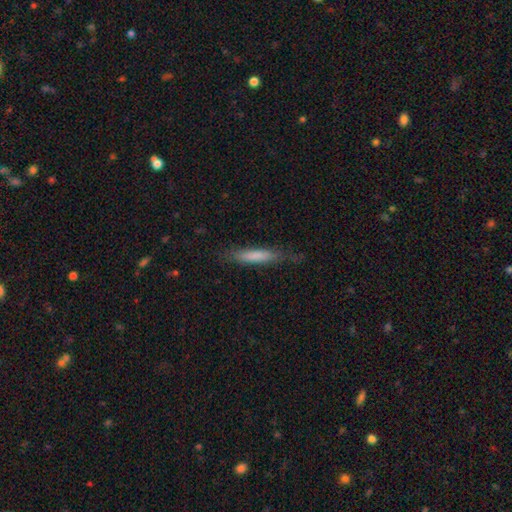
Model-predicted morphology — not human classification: Smooth or featured: smooth — 75% (featured or disk — 19%)
How rounded: cigar-shaped — 88% (in between — 11%)
Merging: none — 75% (minor disturbance — 18%)